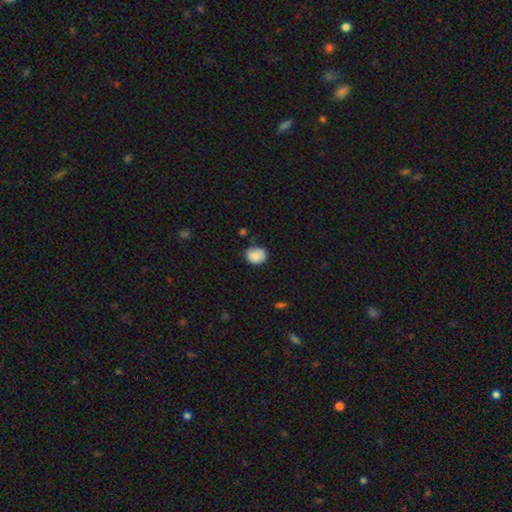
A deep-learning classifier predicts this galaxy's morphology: Smooth or featured? Predicted: smooth (p=0.87). How rounded? Predicted: round (p=0.59). Merging? Predicted: none (p=0.70).